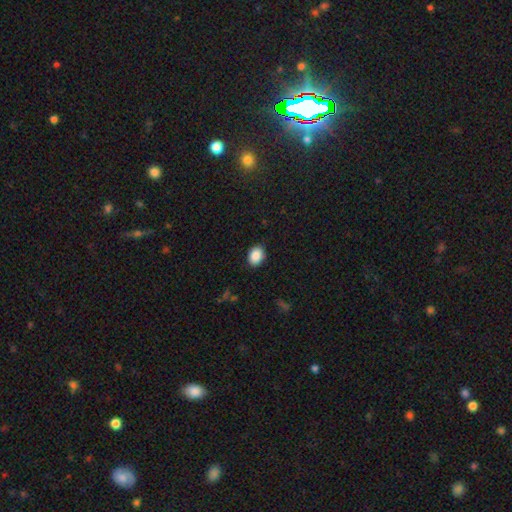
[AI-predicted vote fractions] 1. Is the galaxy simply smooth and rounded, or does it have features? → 89% smooth, 8% star or artifact, 3% featured or disk.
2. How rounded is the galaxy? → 66% in between, 33% round, 1% cigar-shaped.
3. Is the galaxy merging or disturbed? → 87% none, 10% minor disturbance, 2% major disturbance, 1% merger.